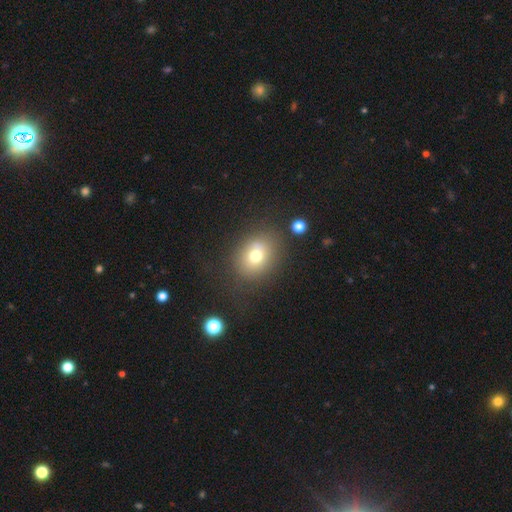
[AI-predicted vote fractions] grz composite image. It shows a smooth galaxy with no disk features (72%) that is round (58%). Merging: none (76%).